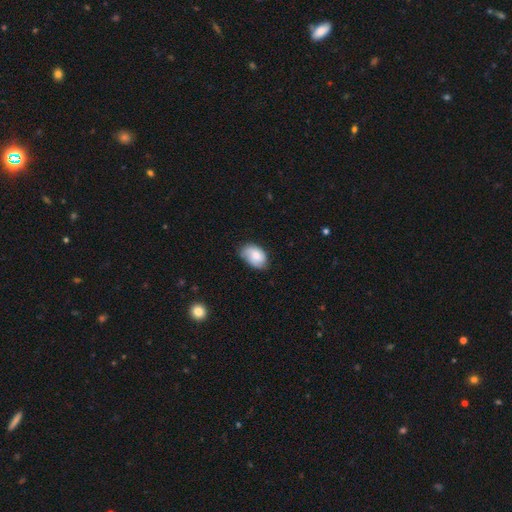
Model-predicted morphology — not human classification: A smooth galaxy with no disk features (73%) that is in between round and cigar-shaped (88%). Merging: none (66%).